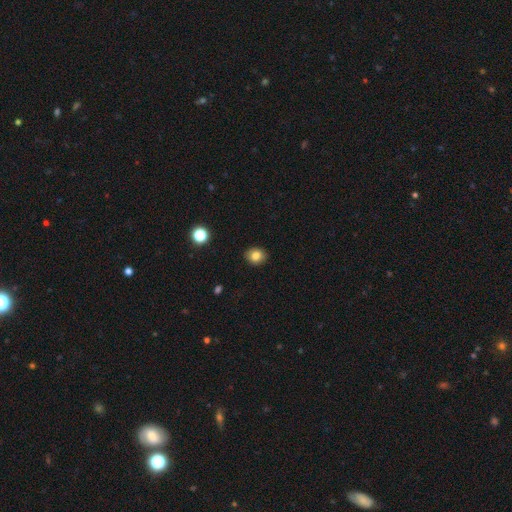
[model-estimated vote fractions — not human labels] This is clearly a smooth galaxy (82%). How rounded: likely round (64%). Merging: clearly none (89%).